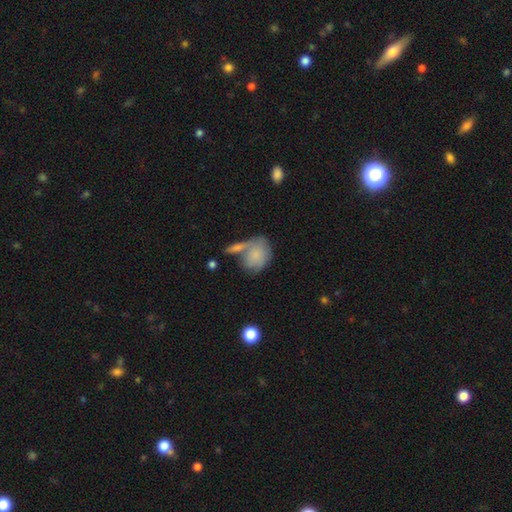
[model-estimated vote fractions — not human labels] Q: Smooth or featured?
A: smooth (75%); runner-up: featured or disk (18%)
Q: How rounded?
A: in between (62%); runner-up: round (36%)
Q: Merging?
A: merger (36%); runner-up: none (35%)